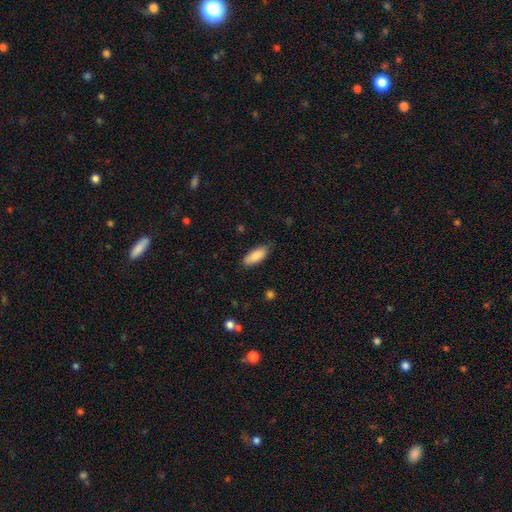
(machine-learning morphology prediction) Overall: smooth (88%). How rounded: in between (77%). Merging: none (84%).